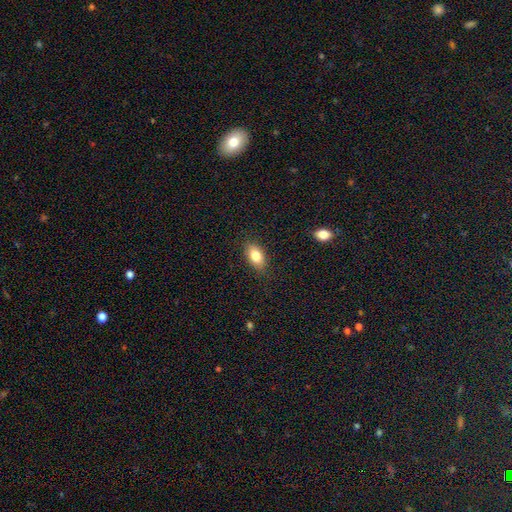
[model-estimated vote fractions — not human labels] A smooth galaxy with no disk features (82%) that is in between round and cigar-shaped (90%). Merging: none (86%).